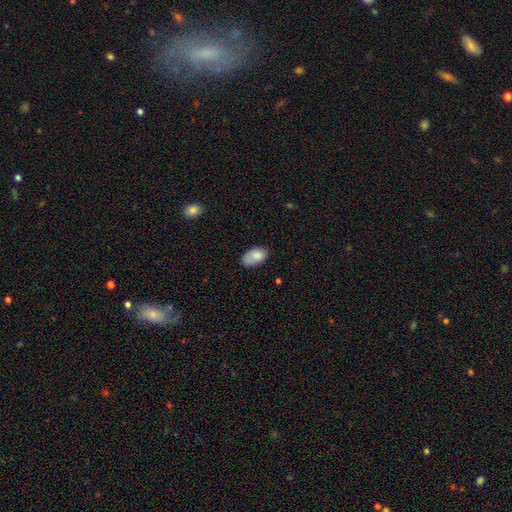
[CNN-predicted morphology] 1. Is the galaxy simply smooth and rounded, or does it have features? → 81% smooth, 12% featured or disk, 7% star or artifact.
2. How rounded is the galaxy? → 93% in between, 5% round, 1% cigar-shaped.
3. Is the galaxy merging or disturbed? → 57% none, 30% minor disturbance, 9% major disturbance, 4% merger.